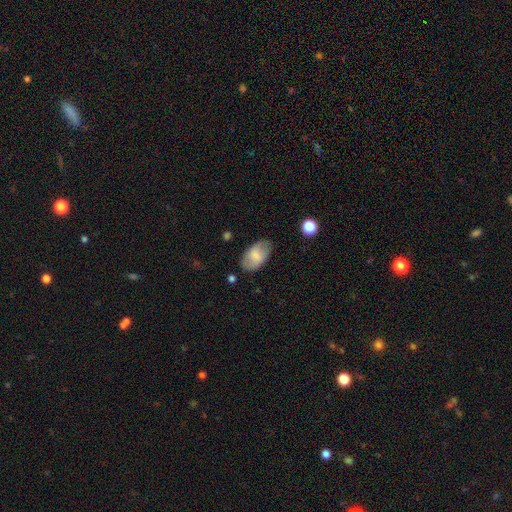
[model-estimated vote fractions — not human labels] A smooth galaxy with no disk features (72%) that is in between round and cigar-shaped (94%).

Vote fractions:
- Smooth or featured? smooth: 72% / featured or disk: 21% / star or artifact: 7%
- How rounded? in between: 94% / round: 5% / cigar-shaped: 2%
- Merging? none: 77% / minor disturbance: 17% / major disturbance: 4% / merger: 2%